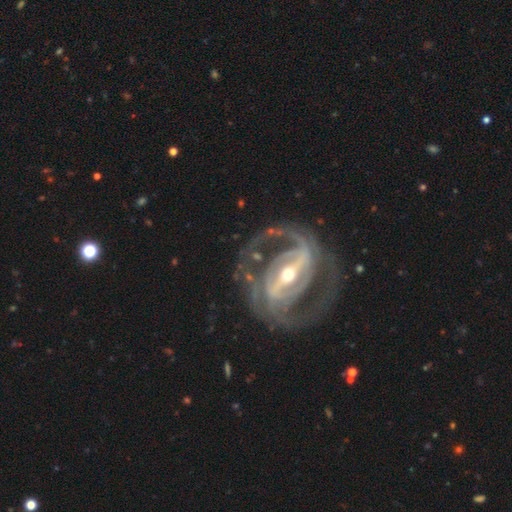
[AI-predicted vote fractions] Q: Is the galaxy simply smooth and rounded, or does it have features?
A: featured or disk — 92%.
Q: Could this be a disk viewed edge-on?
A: no — 96%.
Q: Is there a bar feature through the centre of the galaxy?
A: strong — 76%.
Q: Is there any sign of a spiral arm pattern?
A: yes — 96%.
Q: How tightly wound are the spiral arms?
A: medium — 49%.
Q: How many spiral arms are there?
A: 2 — 76%.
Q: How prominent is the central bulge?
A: moderate — 57%.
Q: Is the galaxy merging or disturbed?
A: none — 72%.